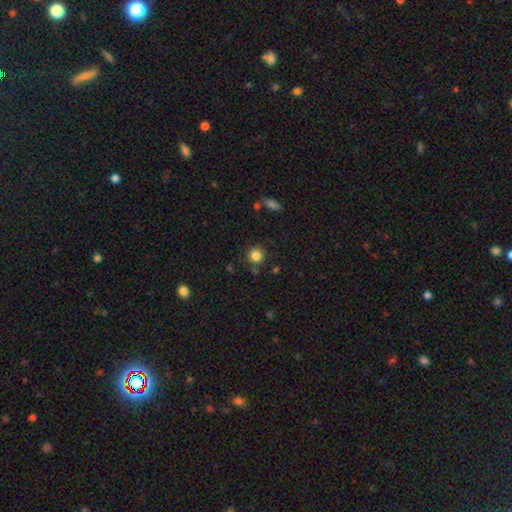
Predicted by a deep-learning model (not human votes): Smooth or featured? smooth (84%)
How rounded? round (93%)
Merging? none (84%)